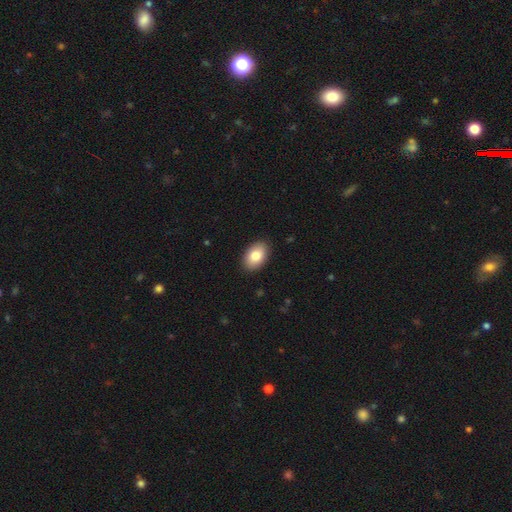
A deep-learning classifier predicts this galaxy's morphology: Smooth or featured? smooth (82%)
How rounded? in between (90%)
Merging? none (89%)